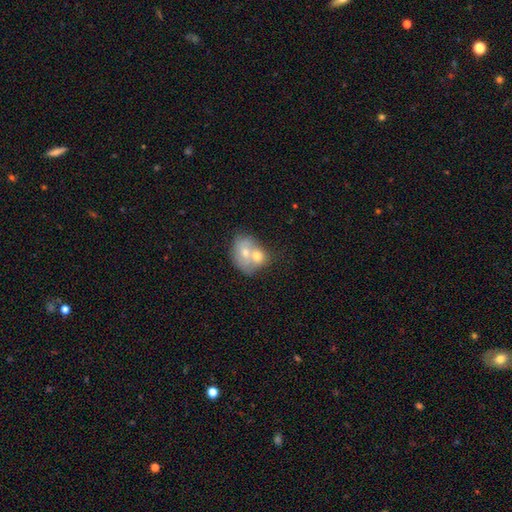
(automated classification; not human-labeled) Overall: smooth (54%; featured or disk 36%). How rounded: round (51%; in between 47%). Merging: merger (69%).